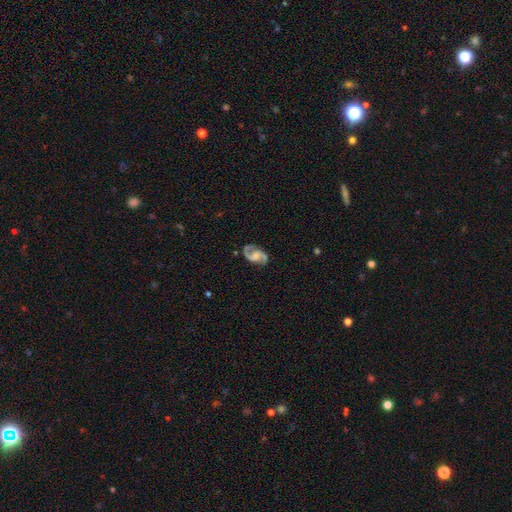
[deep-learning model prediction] This appears to be a featured or disk galaxy (89%) with a weak bar (45%), 2 (93%) medium (54%) spiral arms (97%) and no central bulge (41%). Merging: none (79%).